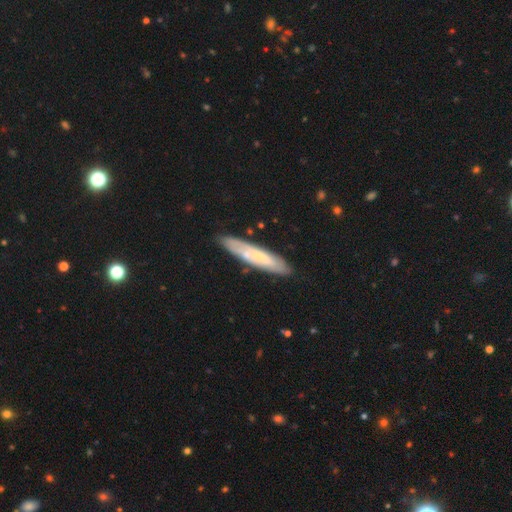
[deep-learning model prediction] Smooth or featured? Predicted: smooth (p=0.50). How rounded? Predicted: cigar-shaped (p=0.85). Merging? Predicted: none (p=0.83).